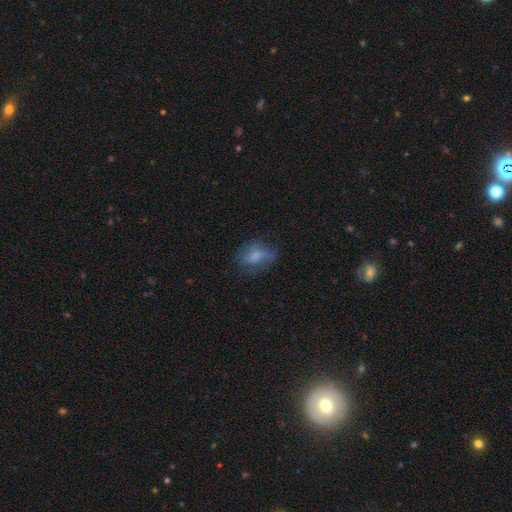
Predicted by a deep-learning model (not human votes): The model was most divided on "merging": none: 53%, minor disturbance: 25%, major disturbance: 20%, merger: 2%. More confident: how rounded — in between (68%); smooth or featured — smooth (60%).